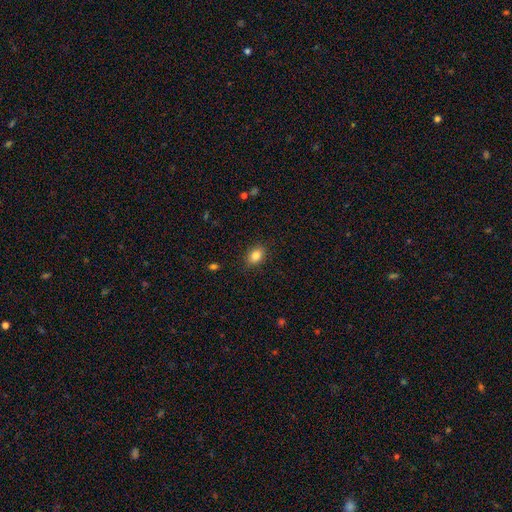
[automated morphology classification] The model was most divided on "how rounded": in between: 76%, round: 22%, cigar-shaped: 1%. More confident: merging — none (87%); smooth or featured — smooth (85%).